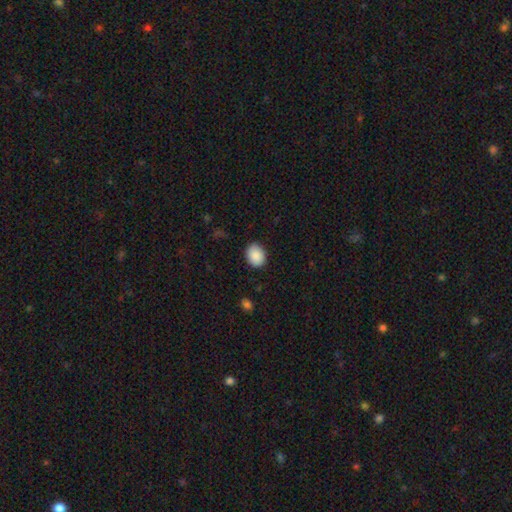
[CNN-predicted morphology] Smooth or featured? Predicted: smooth (p=0.89). How rounded? Predicted: in between (p=0.57). Merging? Predicted: none (p=0.86).